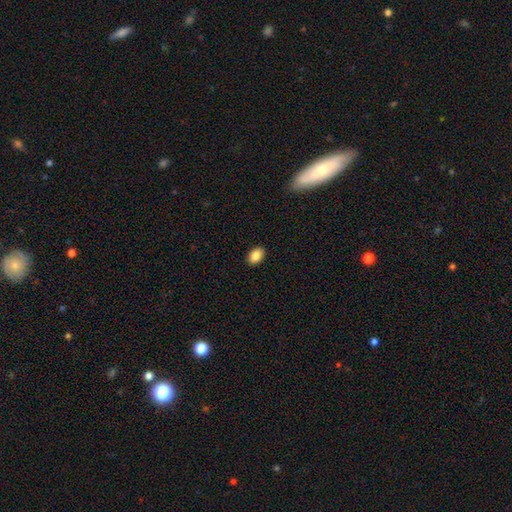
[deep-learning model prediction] smooth 88%, star or artifact 8%, featured or disk 4%. Down the decision tree: how rounded — in between (83%); merging — none (90%).